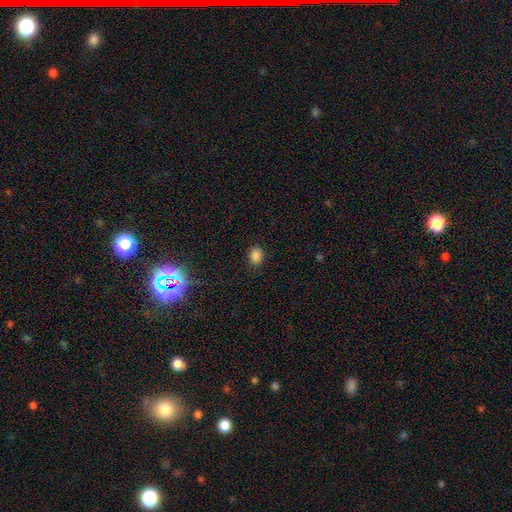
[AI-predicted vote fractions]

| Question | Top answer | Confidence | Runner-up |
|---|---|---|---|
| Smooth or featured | smooth | 84% | star or artifact (13%) |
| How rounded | in between | 56% | round (43%) |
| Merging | none | 86% | minor disturbance (10%) |